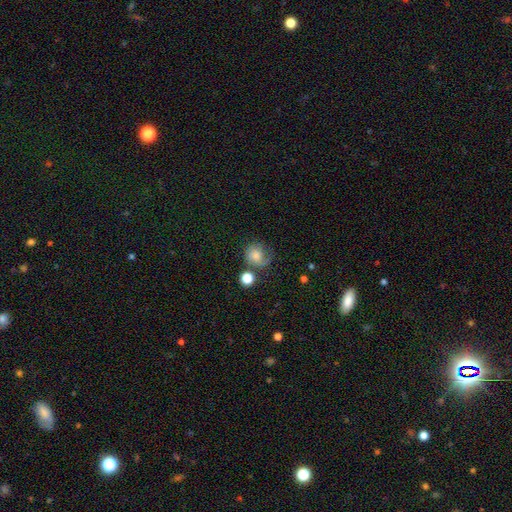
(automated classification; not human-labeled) This is likely a smooth galaxy (65%). How rounded: likely round (78%). Merging: marginally none (45%).